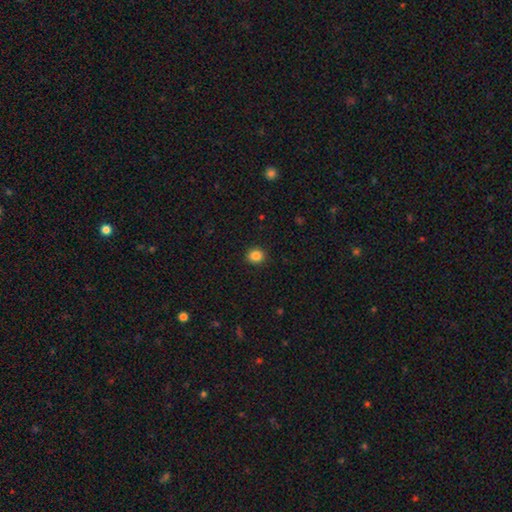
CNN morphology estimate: Smooth or featured: smooth — 86% (star or artifact — 11%)
How rounded: round — 85% (in between — 14%)
Merging: none — 92% (minor disturbance — 5%)